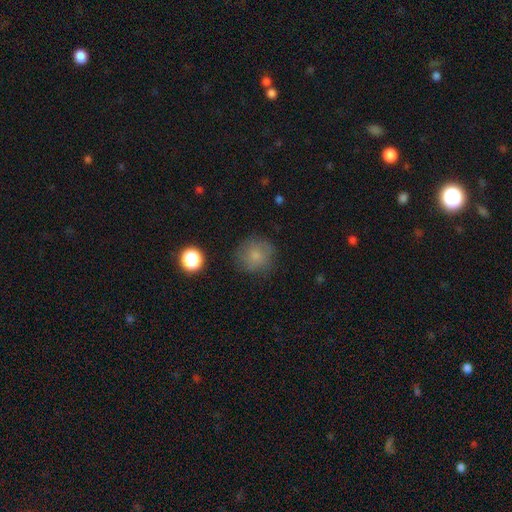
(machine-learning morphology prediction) Smooth or featured: smooth — 78% (featured or disk — 11%)
How rounded: round — 91% (in between — 8%)
Merging: none — 79% (minor disturbance — 15%)